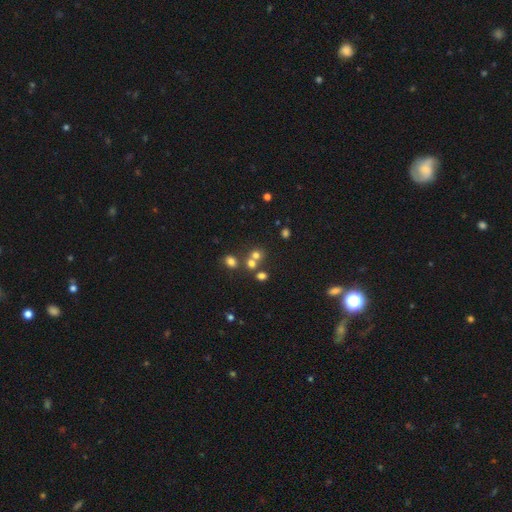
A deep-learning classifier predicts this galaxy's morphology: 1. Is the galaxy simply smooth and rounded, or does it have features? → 63% smooth, 24% star or artifact, 13% featured or disk.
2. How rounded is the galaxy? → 78% round, 21% in between, 1% cigar-shaped.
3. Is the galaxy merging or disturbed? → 53% none, 35% merger, 8% minor disturbance, 4% major disturbance.